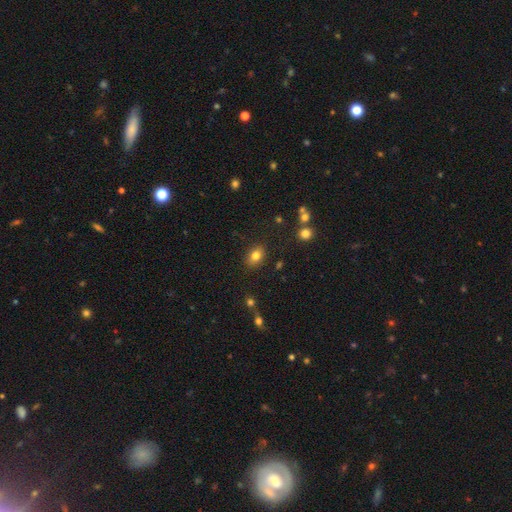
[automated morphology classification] smooth 81%, star or artifact 11%, featured or disk 9%. Down the decision tree: how rounded — in between (70%); merging — none (84%).